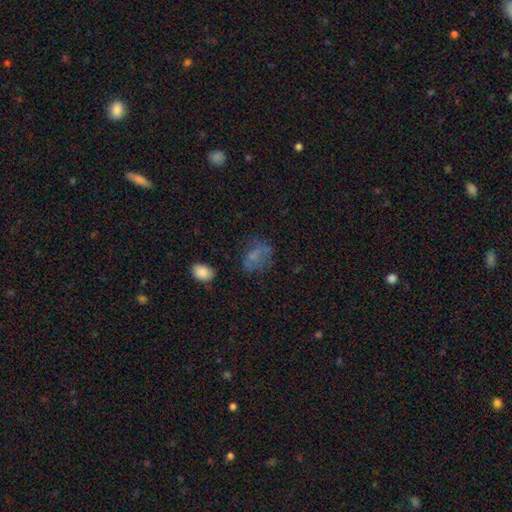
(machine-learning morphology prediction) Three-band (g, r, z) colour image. It shows a smooth galaxy with no disk features (55%) that is in between round and cigar-shaped (73%). Merging: none (49%).